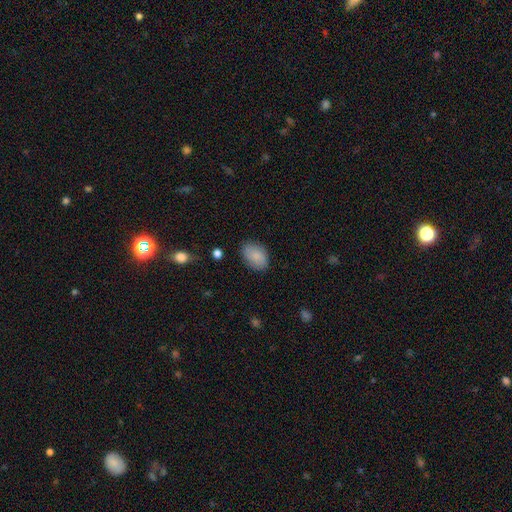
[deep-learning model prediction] This appears to be a smooth galaxy with no disk features (85%) that is in between round and cigar-shaped (87%). Merging: none (83%).